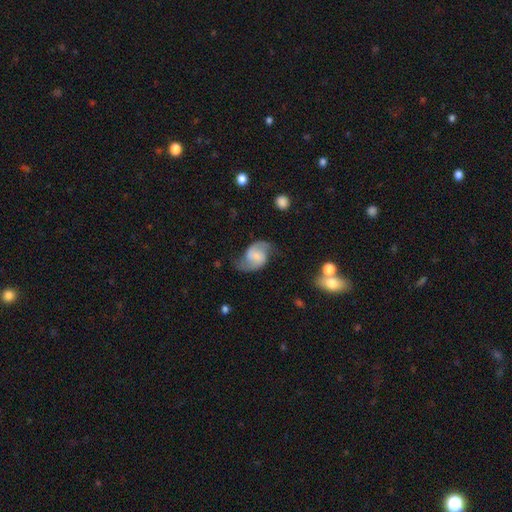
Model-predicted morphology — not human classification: Smooth or featured? featured or disk (73%)
Edge-on disk? no (97%)
Bar? weak (47%)
Spiral arms? yes (93%)
Spiral winding? loose (46%)
Spiral arm count? 2 (91%)
Bulge size? small (44%)
Merging? none (64%)